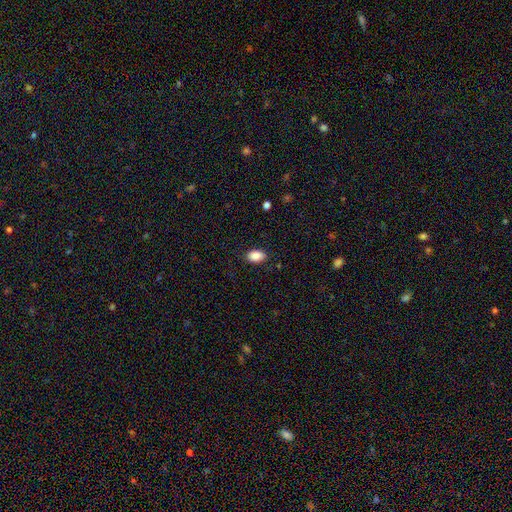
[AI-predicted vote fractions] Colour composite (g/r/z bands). It shows a smooth galaxy with no disk features (88%) that is in between round and cigar-shaped (89%). Merging: none (86%).